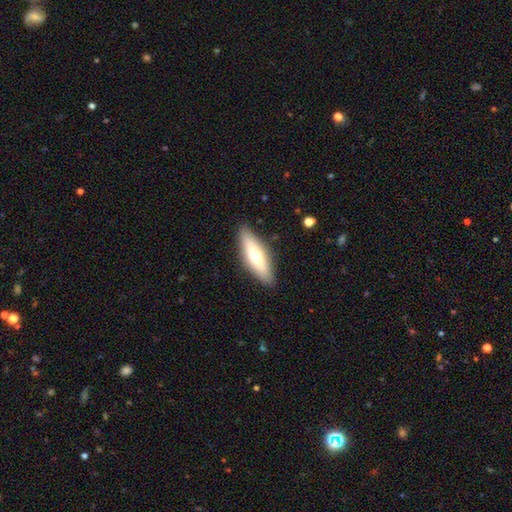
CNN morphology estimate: Overall: smooth (58%; featured or disk 36%). How rounded: cigar-shaped (55%; in between 43%). Merging: none (87%).